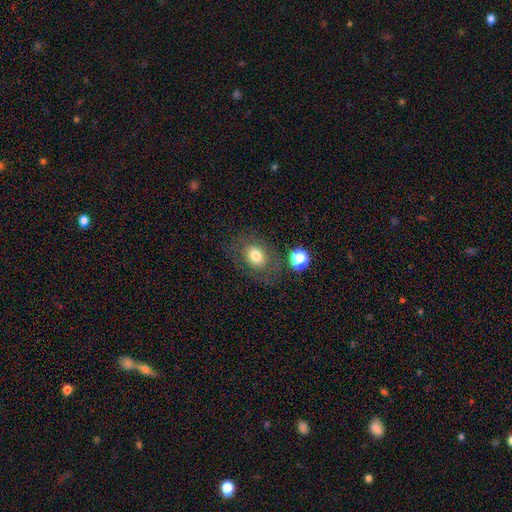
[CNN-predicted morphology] The model was most divided on "how rounded": in between: 62%, round: 37%, cigar-shaped: 1%. More confident: smooth or featured — smooth (73%); merging — none (70%).